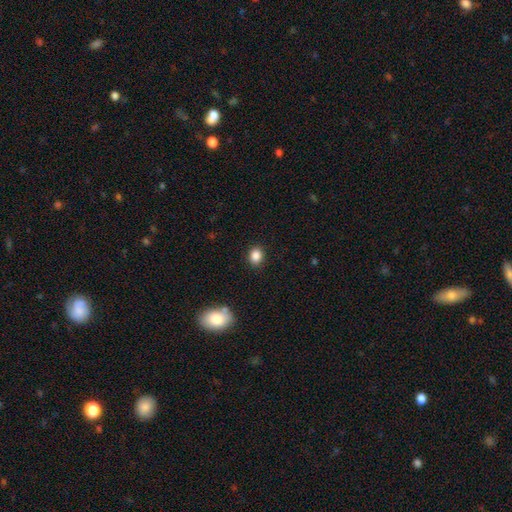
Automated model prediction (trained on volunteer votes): Smooth or featured: smooth — 86% (star or artifact — 10%)
How rounded: round — 57% (in between — 42%)
Merging: none — 89% (minor disturbance — 7%)